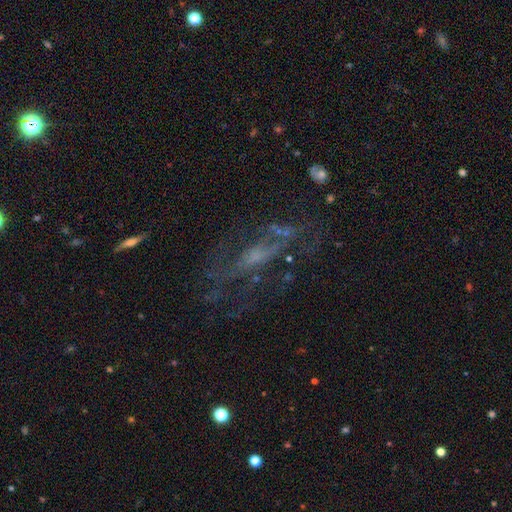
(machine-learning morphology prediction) The model was most divided on "spiral arms": no: 56%, yes: 44%. Remaining: edge-on disk — no (82%); bar — no (69%); smooth or featured — featured or disk (62%); merging — none (50%); bulge size — small (42%).